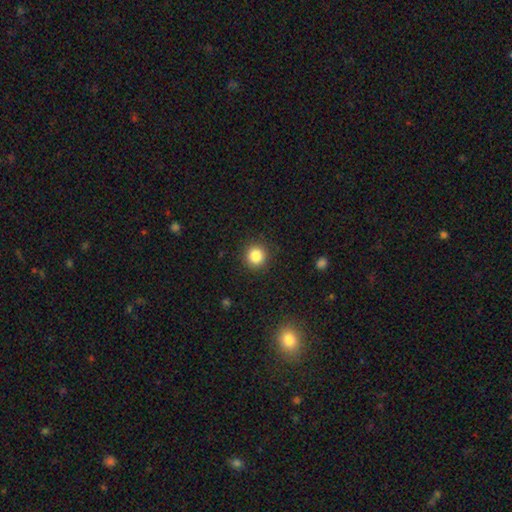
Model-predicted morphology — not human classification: This is clearly a smooth galaxy (85%). How rounded: clearly round (93%). Merging: clearly none (91%).